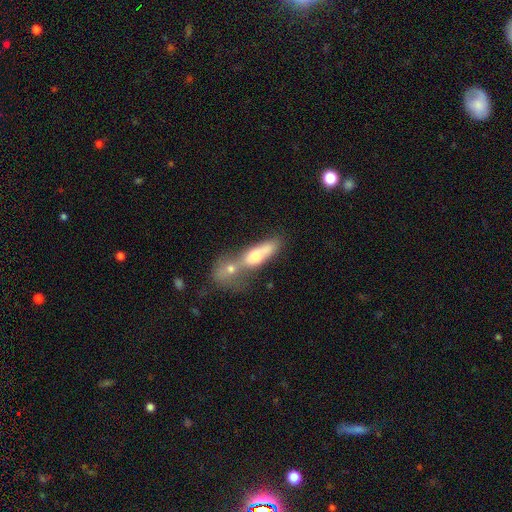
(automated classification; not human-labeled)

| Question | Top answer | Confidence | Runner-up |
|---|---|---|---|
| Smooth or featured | smooth | 57% | featured or disk (34%) |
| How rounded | cigar-shaped | 48% | in between (44%) |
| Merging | merger | 65% | none (17%) |